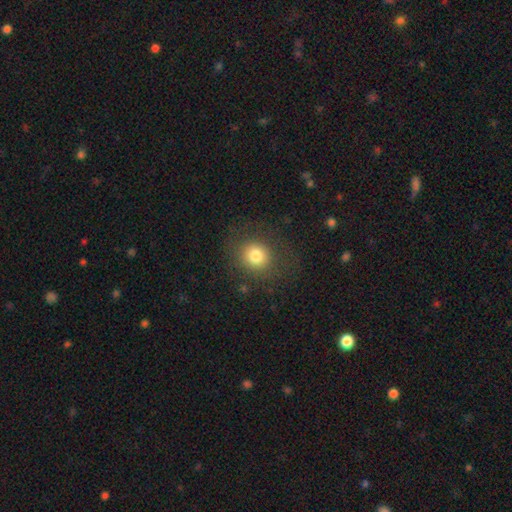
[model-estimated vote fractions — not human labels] smooth-or-featured: smooth: 79% | star or artifact: 12% | featured or disk: 9%
  how-rounded: round: 82% | in between: 17% | cigar-shaped: 1%
  merging: none: 81% | minor disturbance: 11% | major disturbance: 7% | merger: 1%